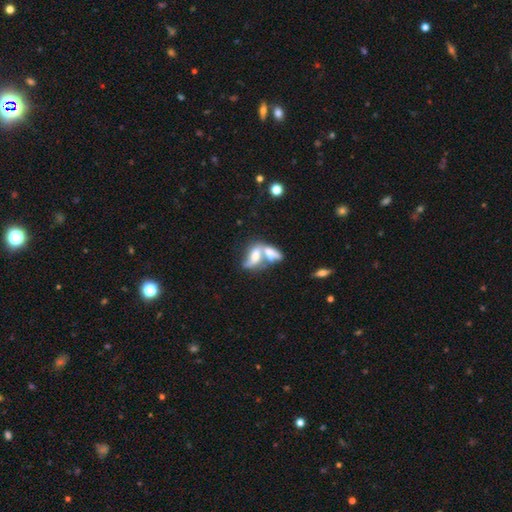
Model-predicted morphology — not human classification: Overall: featured or disk (49%; smooth 41%). Merging: merger (76%).